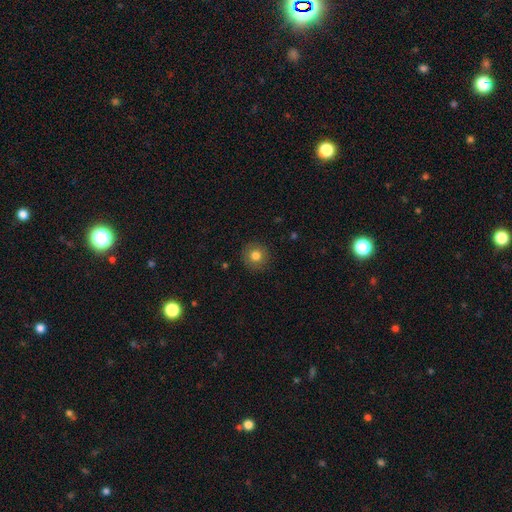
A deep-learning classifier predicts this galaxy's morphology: The model was most divided on "smooth or featured": smooth: 79%, star or artifact: 11%, featured or disk: 10%. More confident: how rounded — round (94%); merging — none (91%).